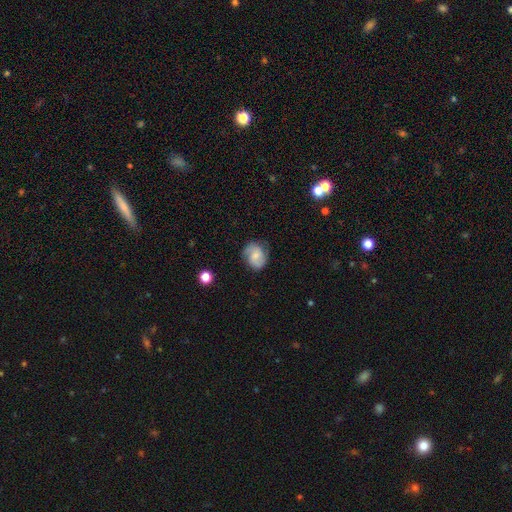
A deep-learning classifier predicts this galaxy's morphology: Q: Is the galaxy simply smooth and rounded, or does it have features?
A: featured or disk — 53%.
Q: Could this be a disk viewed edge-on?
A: no — 97%.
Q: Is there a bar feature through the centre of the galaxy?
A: no — 57%.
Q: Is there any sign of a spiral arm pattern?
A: yes — 88%.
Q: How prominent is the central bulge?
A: small — 51%.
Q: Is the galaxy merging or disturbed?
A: none — 68%.